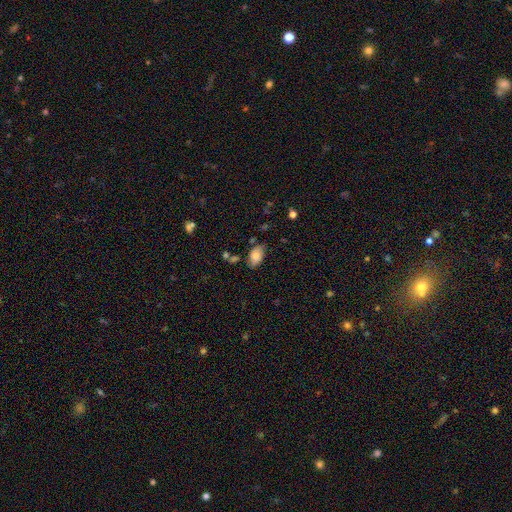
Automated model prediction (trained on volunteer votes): A smooth galaxy with no disk features (80%) that is in between round and cigar-shaped (92%). Merging: none (69%).